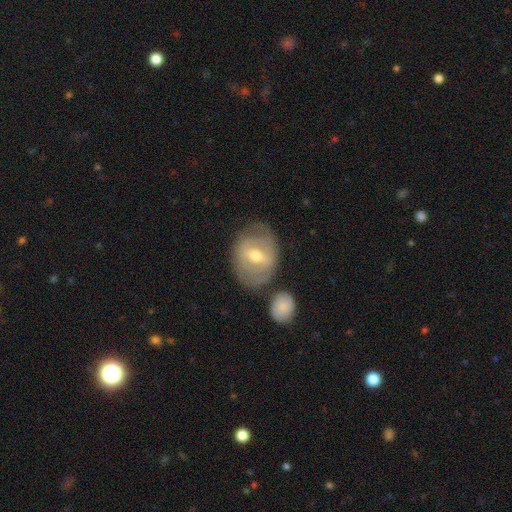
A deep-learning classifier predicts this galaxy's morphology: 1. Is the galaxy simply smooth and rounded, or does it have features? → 62% featured or disk, 31% smooth, 7% star or artifact.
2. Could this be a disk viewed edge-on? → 94% no, 6% yes.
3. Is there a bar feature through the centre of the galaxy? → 50% weak, 30% strong, 20% no.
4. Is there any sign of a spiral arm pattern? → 59% yes, 41% no.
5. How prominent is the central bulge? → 67% moderate, 27% small, 4% large, 1% none, 1% dominant.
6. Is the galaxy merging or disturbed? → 65% none, 19% minor disturbance, 8% merger, 8% major disturbance.